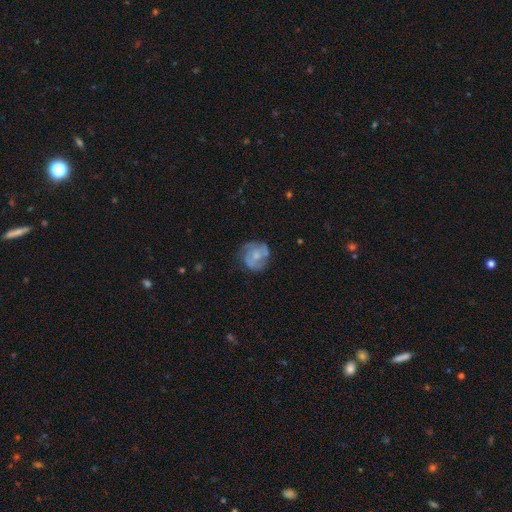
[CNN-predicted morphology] Smooth or featured? Predicted: featured or disk (p=0.57). Edge-on disk? Predicted: no (p=0.98). Bar? Predicted: no (p=0.71). Spiral arms? Predicted: yes (p=0.64). Bulge size? Predicted: small (p=0.48). Merging? Predicted: none (p=0.60).